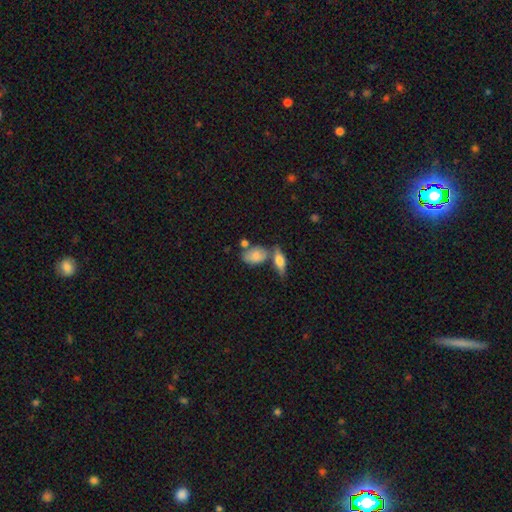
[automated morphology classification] smooth 79%, featured or disk 13%, star or artifact 7%. Down the decision tree: how rounded — in between (83%); merging — none (46%).